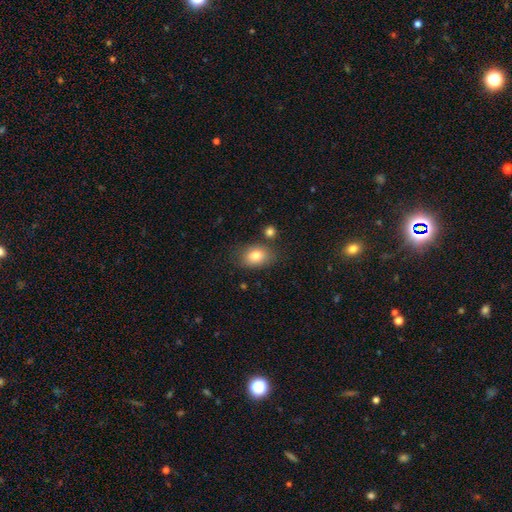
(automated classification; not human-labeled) Morphology: type=smooth (81%); roundness=in between (76%); merging=none (75%).